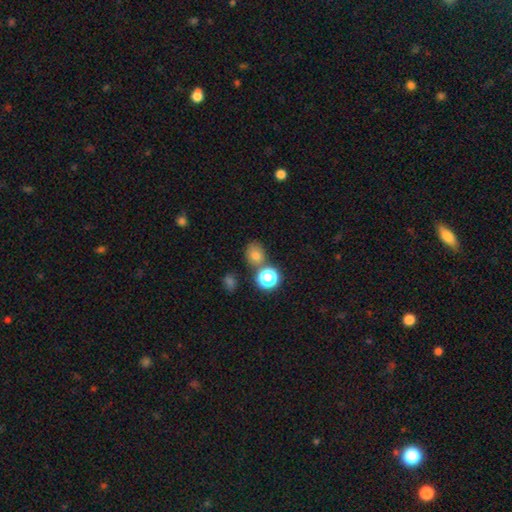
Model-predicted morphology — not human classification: Q: Smooth or featured?
A: smooth (72%); runner-up: star or artifact (19%)
Q: How rounded?
A: round (64%); runner-up: in between (35%)
Q: Merging?
A: none (61%); runner-up: merger (22%)